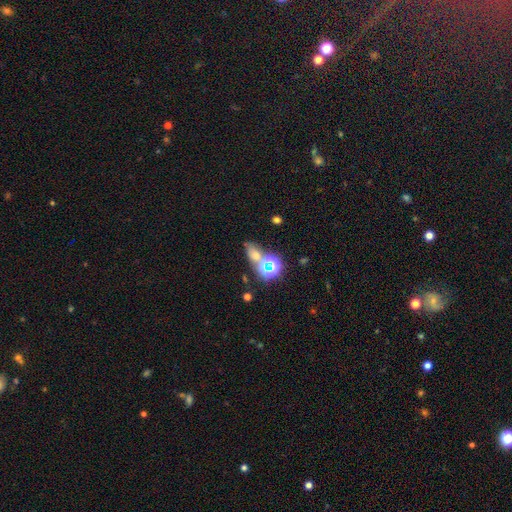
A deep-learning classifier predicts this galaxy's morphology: smooth 48%, star or artifact 36%, featured or disk 15%. Down the decision tree: merging — none (54%).